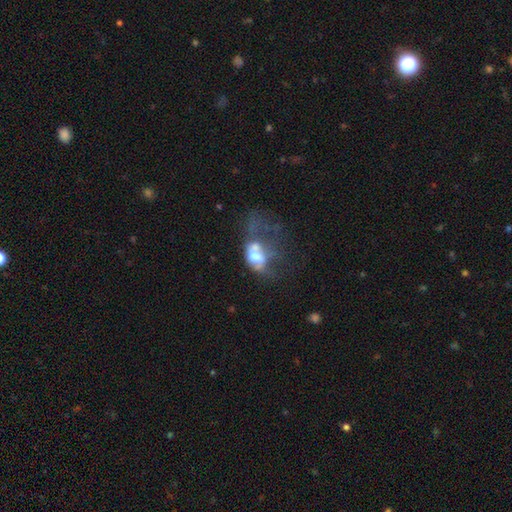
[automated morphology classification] The model was most divided on "merging": major disturbance: 40%, merger: 38%, none: 12%, minor disturbance: 10%. Remaining: smooth or featured — featured or disk (45%).